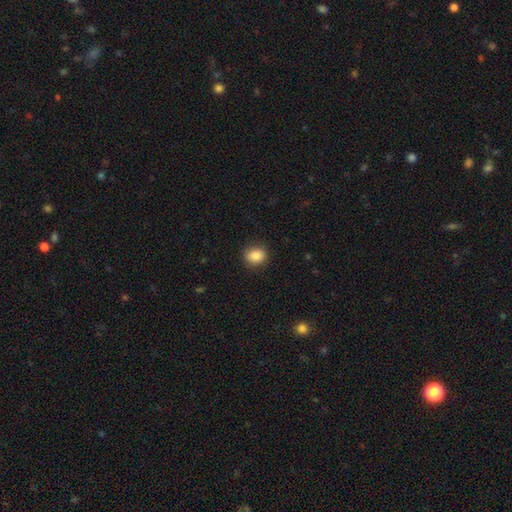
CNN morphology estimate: A smooth galaxy with no disk features (86%) that is round (64%). Merging: none (87%).